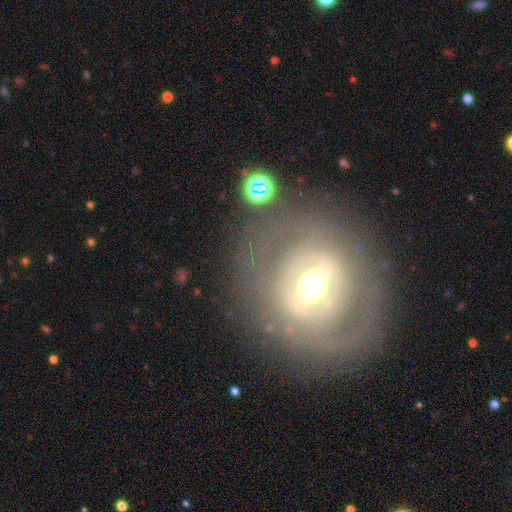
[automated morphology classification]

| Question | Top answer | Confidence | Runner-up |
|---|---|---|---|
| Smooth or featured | featured or disk | 72% | smooth (20%) |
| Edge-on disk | no | 93% | yes (7%) |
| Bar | strong | 46% | weak (33%) |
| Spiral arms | no | 63% | yes (37%) |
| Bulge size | moderate | 63% | large (23%) |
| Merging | none | 76% | minor disturbance (12%) |